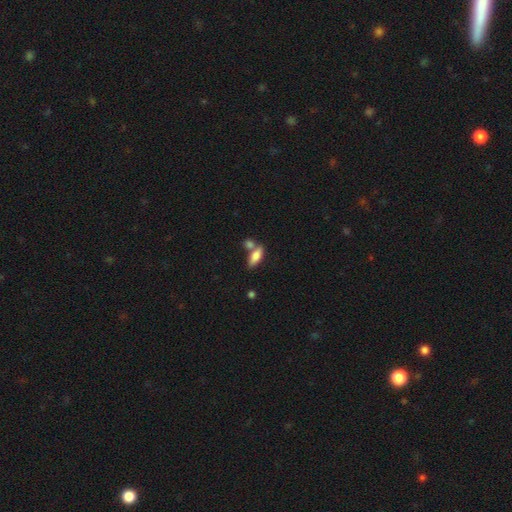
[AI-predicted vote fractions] Smooth or featured?
  - smooth: 77% *
  - featured or disk: 16%
  - star or artifact: 7%
How rounded?
  - in between: 74% *
  - cigar-shaped: 23%
  - round: 3%
Merging?
  - none: 51% *
  - merger: 32%
  - minor disturbance: 12%
  - major disturbance: 4%